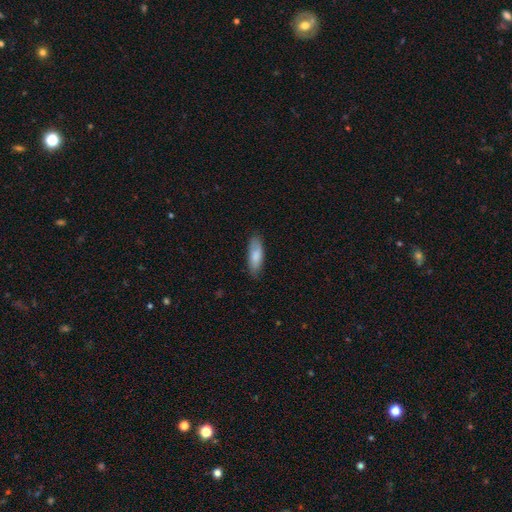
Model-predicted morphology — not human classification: Smooth or featured: smooth — 82% (featured or disk — 12%)
How rounded: in between — 63% (cigar-shaped — 35%)
Merging: none — 82% (minor disturbance — 14%)